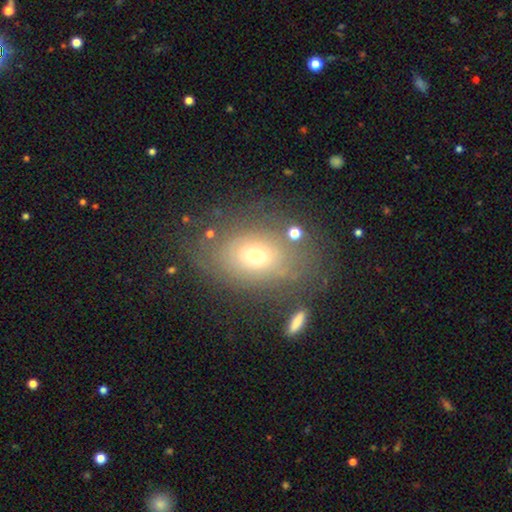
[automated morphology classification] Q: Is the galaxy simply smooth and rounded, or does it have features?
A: smooth — 49%.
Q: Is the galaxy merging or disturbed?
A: none — 68%.